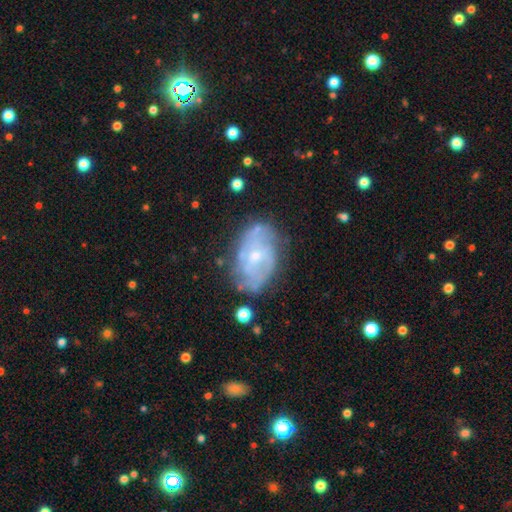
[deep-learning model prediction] Smooth or featured? Predicted: featured or disk (p=0.73). Edge-on disk? Predicted: no (p=0.96). Bar? Predicted: no (p=0.59). Spiral arms? Predicted: yes (p=0.78). Spiral winding? Predicted: tight (p=0.42). Spiral arm count? Predicted: 2 (p=0.42). Bulge size? Predicted: small (p=0.64). Merging? Predicted: none (p=0.68).